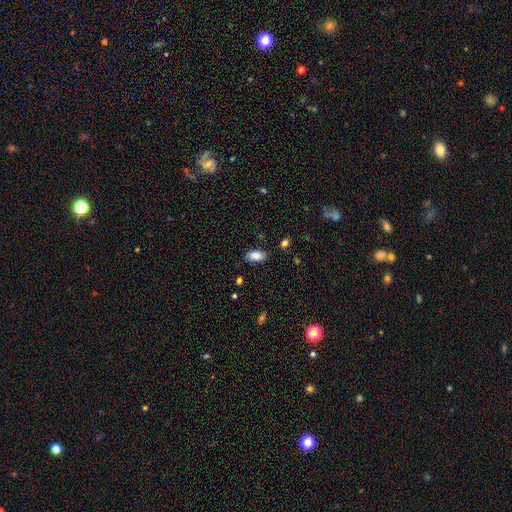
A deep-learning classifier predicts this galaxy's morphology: smooth_or_featured: smooth (p=0.87) [alt: star or artifact p=0.07]
how_rounded: in between (p=0.93) [alt: cigar-shaped p=0.03]
merging: none (p=0.81) [alt: minor disturbance p=0.14]